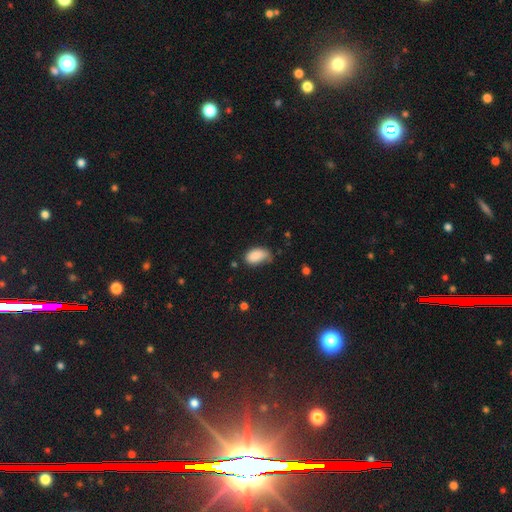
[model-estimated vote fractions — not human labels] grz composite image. It shows a smooth galaxy with no disk features (86%) that is in between round and cigar-shaped (93%). Merging: none (51%).